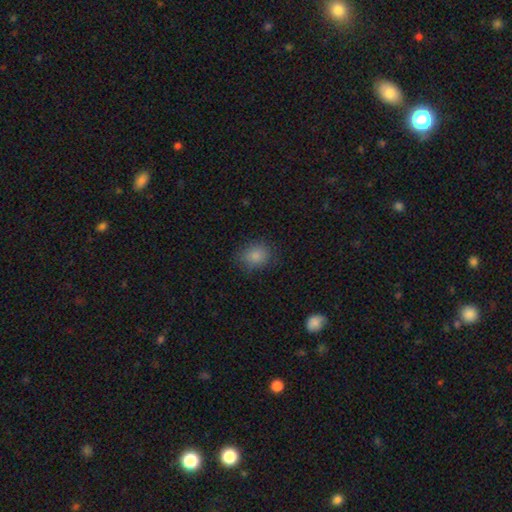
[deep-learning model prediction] This appears to be a smooth galaxy with no disk features (85%) that is round (59%). Merging: none (80%).